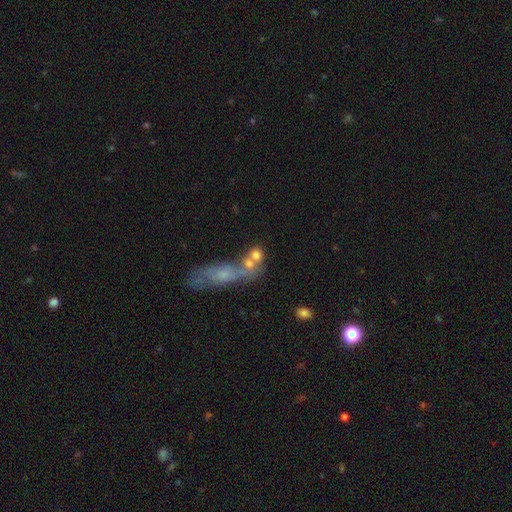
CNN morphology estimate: Overall: smooth (69%). How rounded: round (65%; in between 29%). Merging: merger (50%; none 34%).